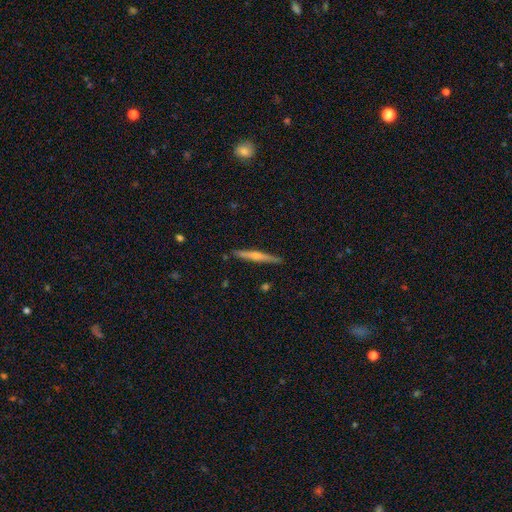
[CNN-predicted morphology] smooth-or-featured: featured or disk: 56% | smooth: 38% | star or artifact: 6%
  disk-edge-on: yes: 97% | no: 3%
    edge-on-bulge: rounded: 62% | none: 25% | boxy: 12%
  merging: none: 89% | minor disturbance: 8% | major disturbance: 2% | merger: 1%